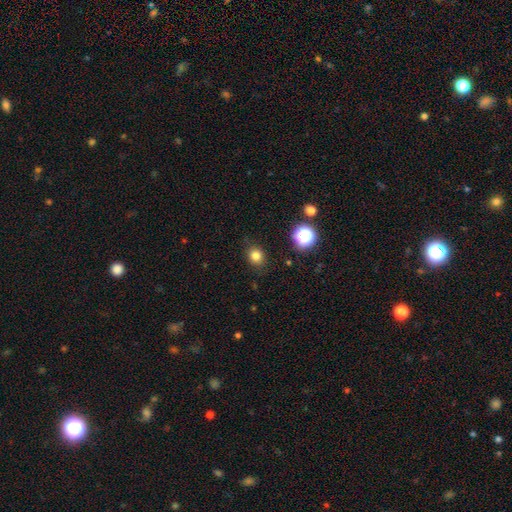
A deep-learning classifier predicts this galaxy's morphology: type=smooth (80%); roundness=round (71%); merging=none (86%).